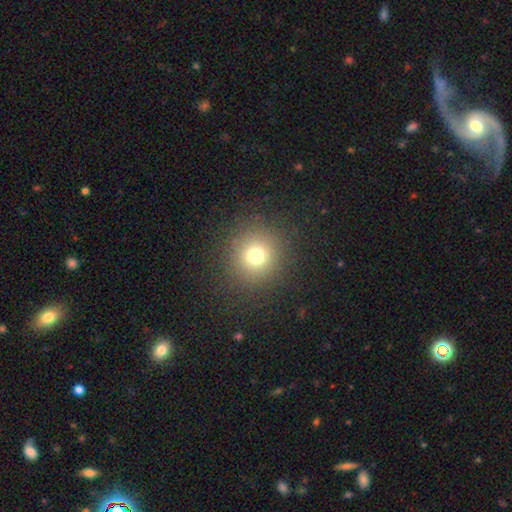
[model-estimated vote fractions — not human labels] Overall: smooth (72%). How rounded: round (93%). Merging: none (88%).